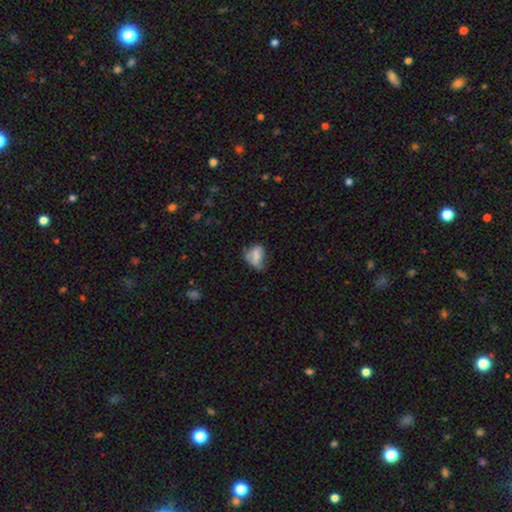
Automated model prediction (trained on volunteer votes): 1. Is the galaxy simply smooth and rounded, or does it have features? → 66% smooth, 23% featured or disk, 10% star or artifact.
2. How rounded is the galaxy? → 75% in between, 20% round, 5% cigar-shaped.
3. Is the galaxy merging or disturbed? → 39% none, 35% minor disturbance, 20% major disturbance, 6% merger.